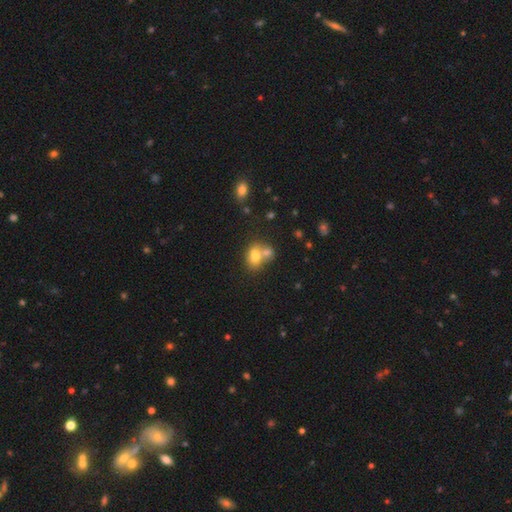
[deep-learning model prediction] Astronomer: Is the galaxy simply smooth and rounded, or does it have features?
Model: smooth — 74%.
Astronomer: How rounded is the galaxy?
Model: in between — 66%.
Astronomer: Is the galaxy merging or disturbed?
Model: merger — 55% (runner-up: none, 32%).